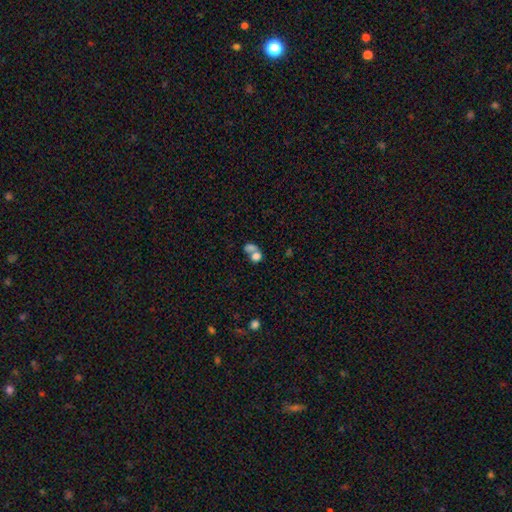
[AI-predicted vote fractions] Morphology: type=smooth (68%); roundness=round (50%); merging=merger (57%).